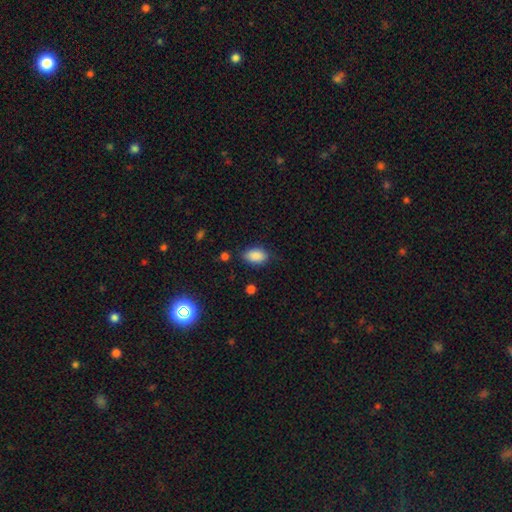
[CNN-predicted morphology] smooth-or-featured: smooth: 88% | star or artifact: 8% | featured or disk: 4%
  how-rounded: in between: 90% | round: 8% | cigar-shaped: 2%
  merging: none: 77% | minor disturbance: 17% | major disturbance: 4% | merger: 2%